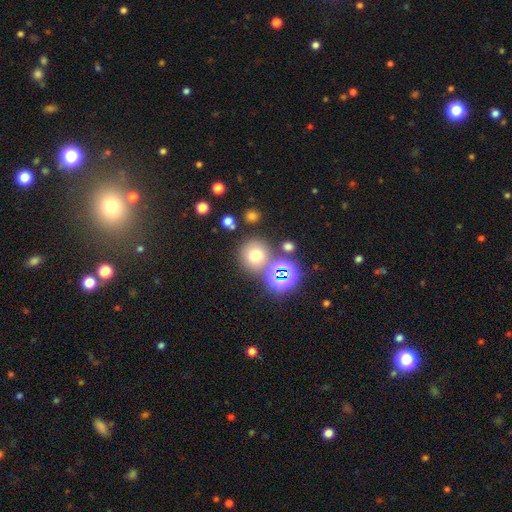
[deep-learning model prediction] Q: Smooth or featured?
A: smooth (67%); runner-up: star or artifact (23%)
Q: How rounded?
A: round (91%); runner-up: in between (8%)
Q: Merging?
A: none (72%); runner-up: merger (14%)